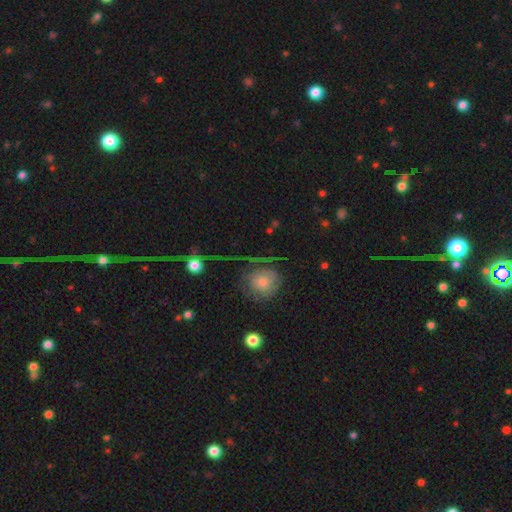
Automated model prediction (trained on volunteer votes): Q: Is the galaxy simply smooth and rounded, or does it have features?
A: featured or disk — 37%.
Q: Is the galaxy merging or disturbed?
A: none — 68%.